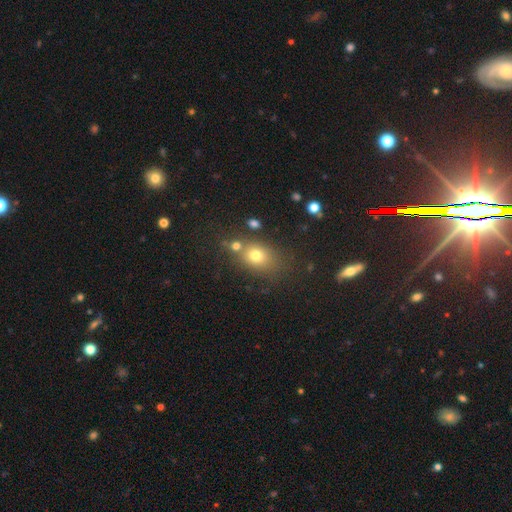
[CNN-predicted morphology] A smooth galaxy with no disk features (73%) that is in between round and cigar-shaped (58%). Merging: none (62%).